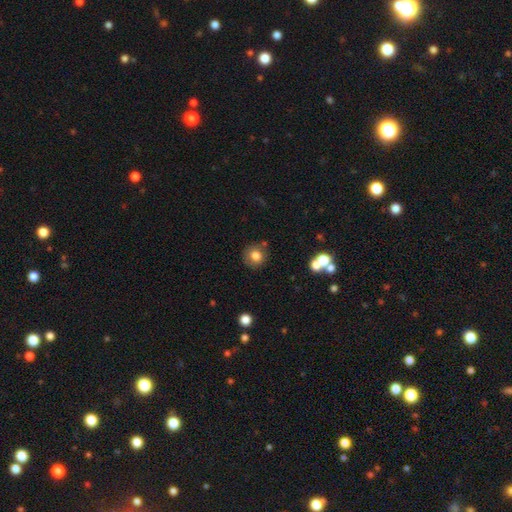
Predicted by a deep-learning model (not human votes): Morphology: type=smooth (78%); roundness=round (90%); merging=none (80%).